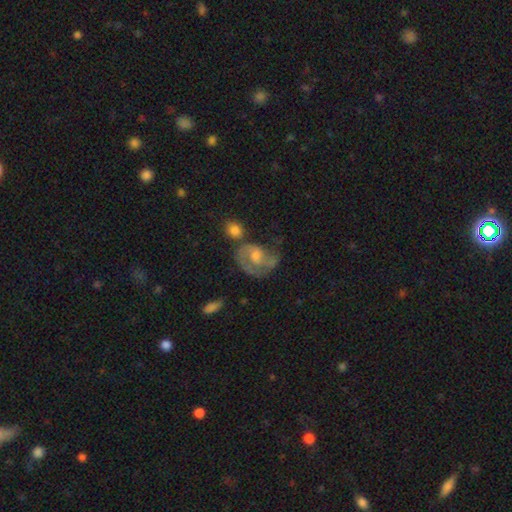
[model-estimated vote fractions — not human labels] Smooth or featured?
  - featured or disk: 71% *
  - smooth: 21%
  - star or artifact: 8%
Edge-on disk?
  - no: 97% *
  - yes: 3%
Bar?
  - no: 63% *
  - weak: 31%
  - strong: 6%
Spiral arms?
  - yes: 83% *
  - no: 17%
Spiral winding?
  - medium: 42% *
  - tight: 39%
  - loose: 19%
Spiral arm count?
  - 2: 46% *
  - 1: 34%
  - can't tell: 15%
  - 3: 3%
  - 4: 1%
  - more than 4: 1%
Bulge size?
  - moderate: 57% *
  - small: 25%
  - large: 10%
  - none: 6%
  - dominant: 2%
Merging?
  - none: 42% *
  - major disturbance: 22%
  - minor disturbance: 21%
  - merger: 15%